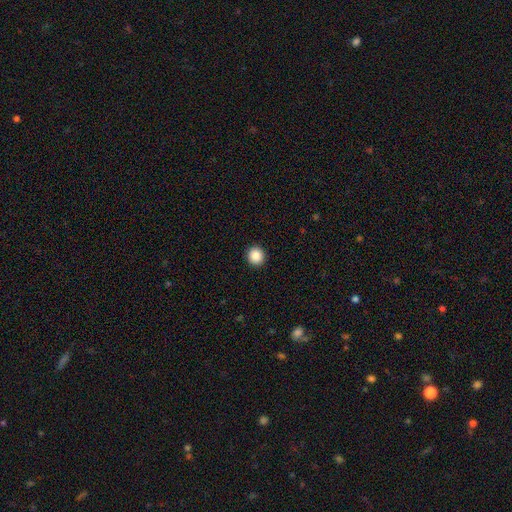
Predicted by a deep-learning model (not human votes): smooth-or-featured: smooth: 88% | star or artifact: 9% | featured or disk: 3%
  how-rounded: round: 94% | in between: 5% | cigar-shaped: 1%
  merging: none: 93% | minor disturbance: 4% | major disturbance: 2% | merger: 1%